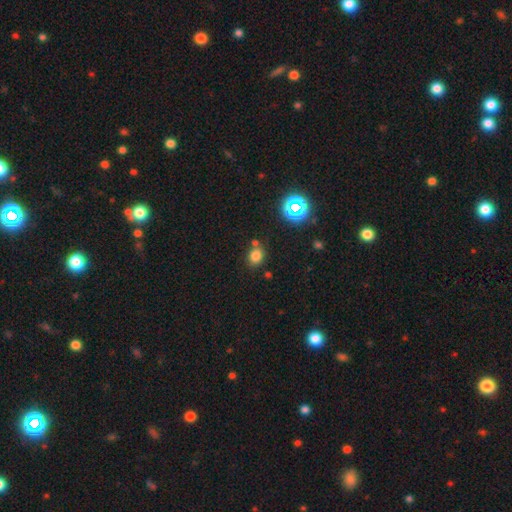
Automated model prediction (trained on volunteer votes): smooth-or-featured: smooth: 76% | star or artifact: 18% | featured or disk: 7%
  how-rounded: round: 60% | in between: 39% | cigar-shaped: 1%
  merging: none: 70% | merger: 14% | minor disturbance: 12% | major disturbance: 4%